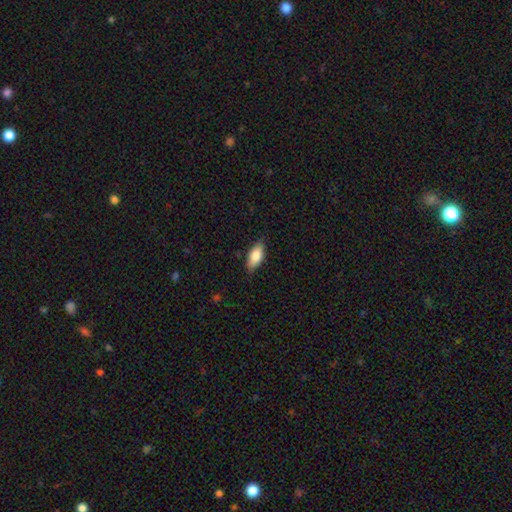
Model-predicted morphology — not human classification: A smooth galaxy with no disk features (78%) that is in between round and cigar-shaped (83%). Merging: none (82%).